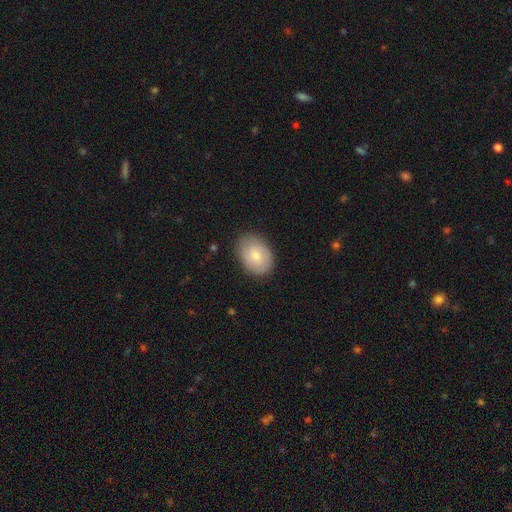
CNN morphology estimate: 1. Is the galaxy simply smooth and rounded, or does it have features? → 72% smooth, 22% featured or disk, 6% star or artifact.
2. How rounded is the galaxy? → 77% in between, 22% round, 1% cigar-shaped.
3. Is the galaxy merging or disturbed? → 83% none, 13% minor disturbance, 3% major disturbance, 1% merger.